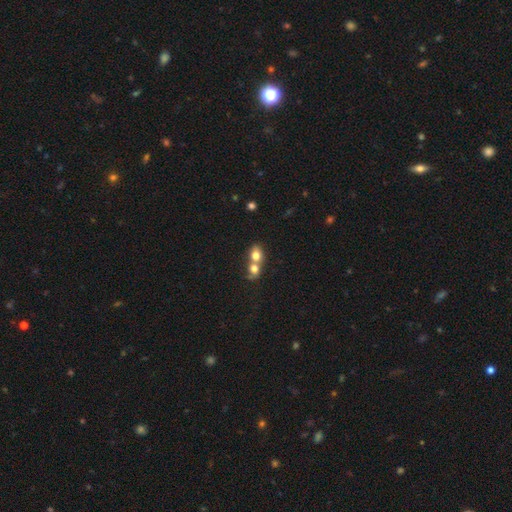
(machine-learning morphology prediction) Smooth or featured? Predicted: smooth (p=0.74). How rounded? Predicted: round (p=0.53). Merging? Predicted: merger (p=0.73).